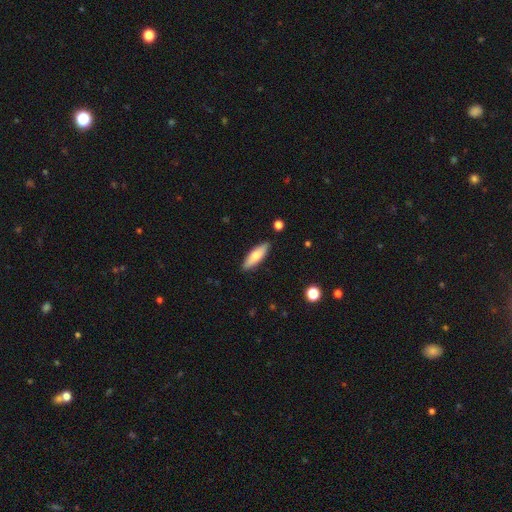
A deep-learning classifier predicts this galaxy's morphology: A smooth galaxy with no disk features (69%) that is cigar-shaped (50%). Merging: none (88%).